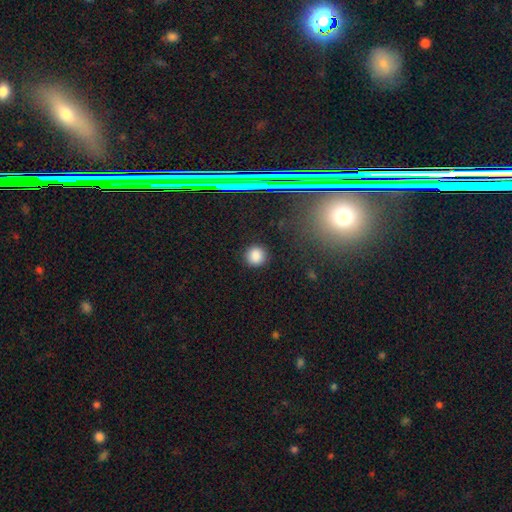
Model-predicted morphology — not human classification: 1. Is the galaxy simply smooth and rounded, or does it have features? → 83% smooth, 13% star or artifact, 4% featured or disk.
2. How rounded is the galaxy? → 88% round, 11% in between, 1% cigar-shaped.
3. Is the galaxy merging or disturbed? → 89% none, 7% minor disturbance, 2% major disturbance, 1% merger.